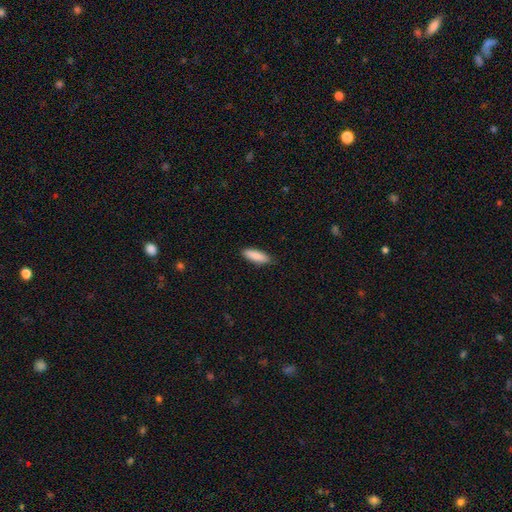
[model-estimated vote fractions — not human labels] Smooth or featured? smooth (89%)
How rounded? in between (53%)
Merging? none (88%)